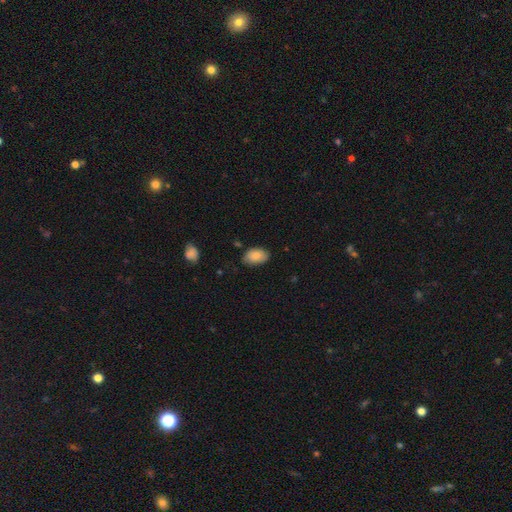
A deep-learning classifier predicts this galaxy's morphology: Smooth or featured: smooth — 85% (featured or disk — 8%)
How rounded: in between — 91% (round — 7%)
Merging: none — 77% (minor disturbance — 19%)